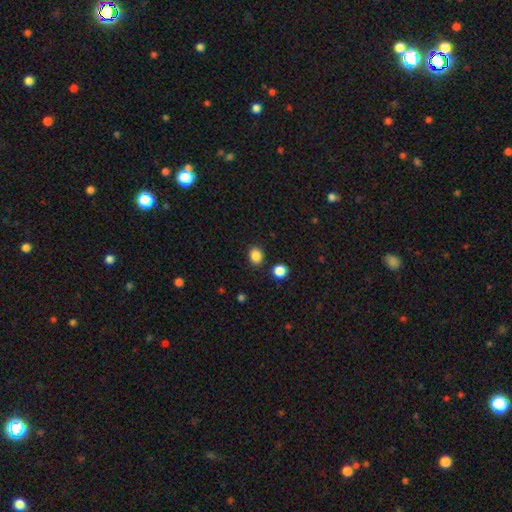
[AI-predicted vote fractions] A smooth galaxy with no disk features (86%) that is in between round and cigar-shaped (50%). Merging: none (86%).